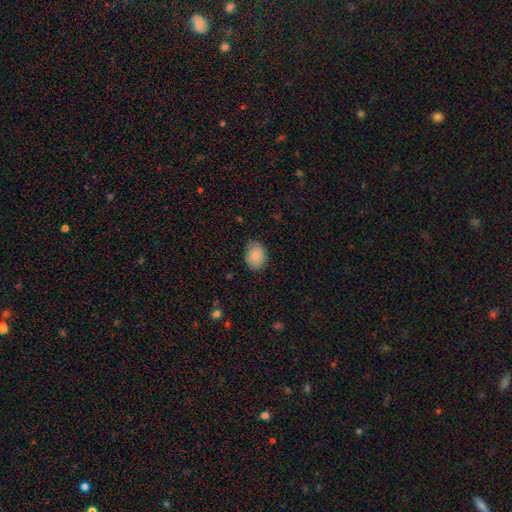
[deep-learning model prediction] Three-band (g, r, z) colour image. It shows a smooth galaxy with no disk features (84%) that is in between round and cigar-shaped (62%). Merging: none (79%).